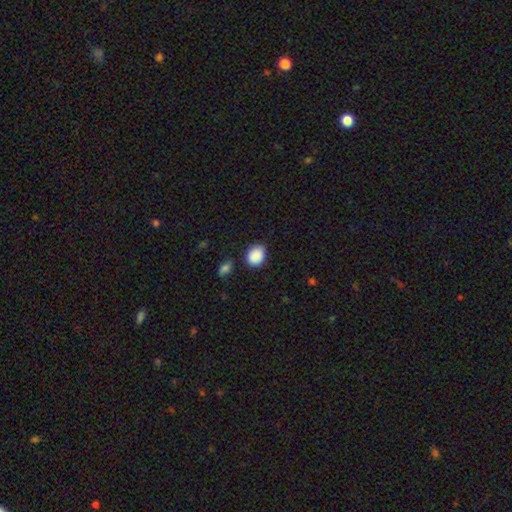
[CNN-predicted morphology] smooth_or_featured: smooth (p=0.89) [alt: star or artifact p=0.08]
how_rounded: in between (p=0.57) [alt: round p=0.42]
merging: none (p=0.80) [alt: minor disturbance p=0.14]